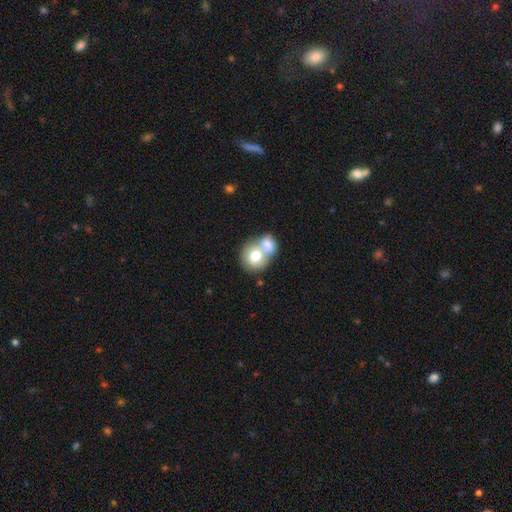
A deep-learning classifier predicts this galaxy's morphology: Smooth or featured? Predicted: smooth (p=0.71). How rounded? Predicted: round (p=0.67). Merging? Predicted: merger (p=0.66).